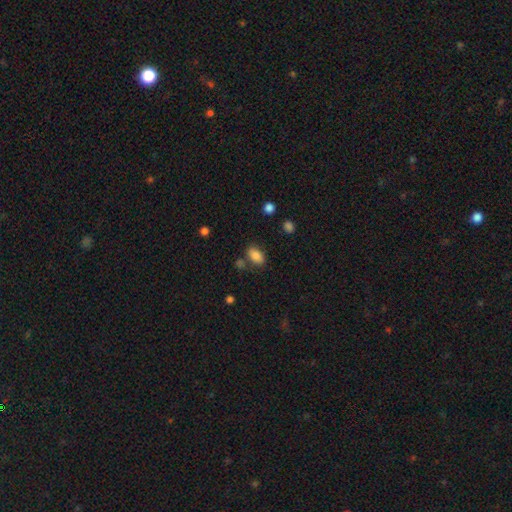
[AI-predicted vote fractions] Morphology: type=smooth (85%); roundness=in between (89%); merging=none (73%).